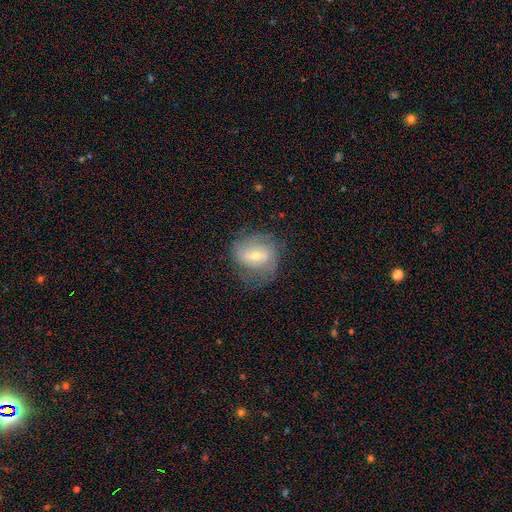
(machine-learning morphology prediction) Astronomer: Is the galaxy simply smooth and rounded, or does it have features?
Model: featured or disk — 62%.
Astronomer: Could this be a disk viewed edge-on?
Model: no — 95%.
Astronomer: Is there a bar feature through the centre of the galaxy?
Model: weak — 51% (runner-up: strong, 26%).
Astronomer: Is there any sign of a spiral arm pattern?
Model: yes — 76%.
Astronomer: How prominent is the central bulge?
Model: moderate — 54% (runner-up: small, 41%).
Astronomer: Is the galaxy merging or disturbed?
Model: none — 64%.